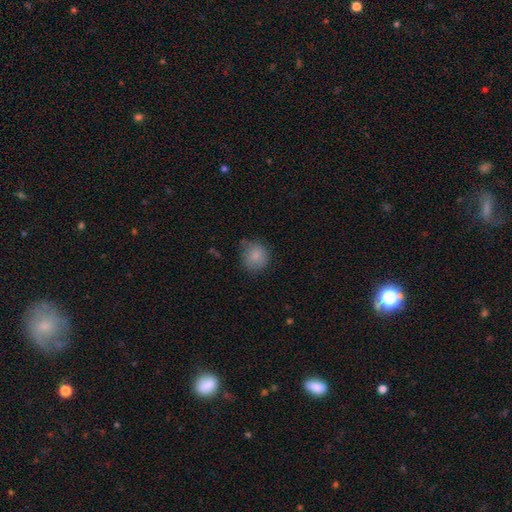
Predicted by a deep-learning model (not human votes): smooth-or-featured: smooth: 83% | star or artifact: 8% | featured or disk: 8%
  how-rounded: round: 85% | in between: 14% | cigar-shaped: 1%
  merging: none: 65% | minor disturbance: 27% | major disturbance: 6% | merger: 2%